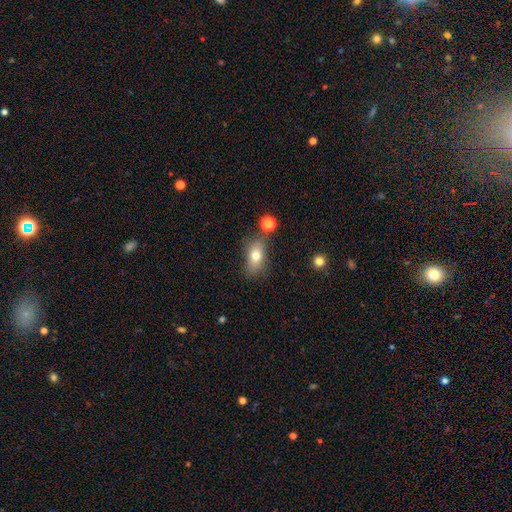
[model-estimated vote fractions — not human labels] Smooth or featured: smooth — 73% (featured or disk — 17%)
How rounded: in between — 79% (round — 12%)
Merging: none — 70% (minor disturbance — 17%)